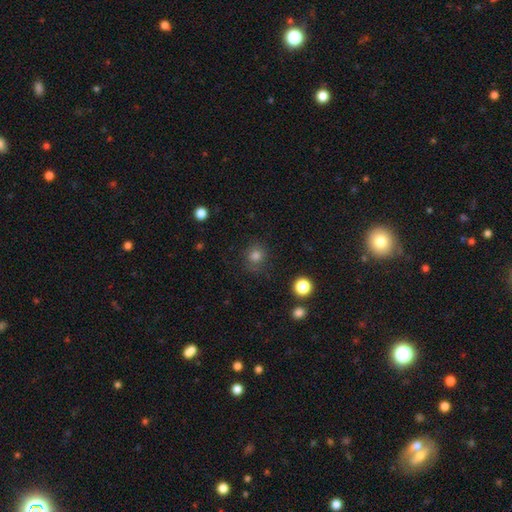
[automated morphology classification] smooth-or-featured: smooth: 79% | star or artifact: 15% | featured or disk: 6%
  how-rounded: round: 87% | in between: 12% | cigar-shaped: 1%
  merging: none: 82% | minor disturbance: 12% | major disturbance: 4% | merger: 2%